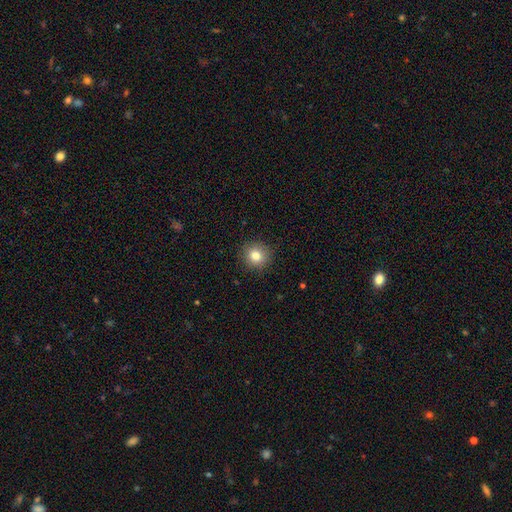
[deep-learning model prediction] Smooth or featured? Predicted: smooth (p=0.82). How rounded? Predicted: round (p=0.92). Merging? Predicted: none (p=0.91).